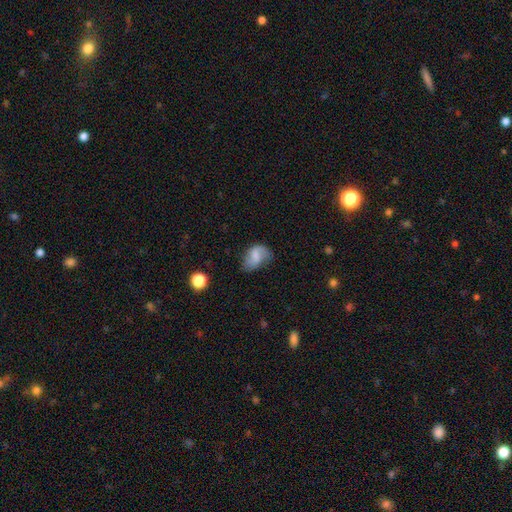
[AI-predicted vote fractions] Overall: smooth (53%; featured or disk 38%). How rounded: in between (81%). Merging: none (54%; minor disturbance 31%).